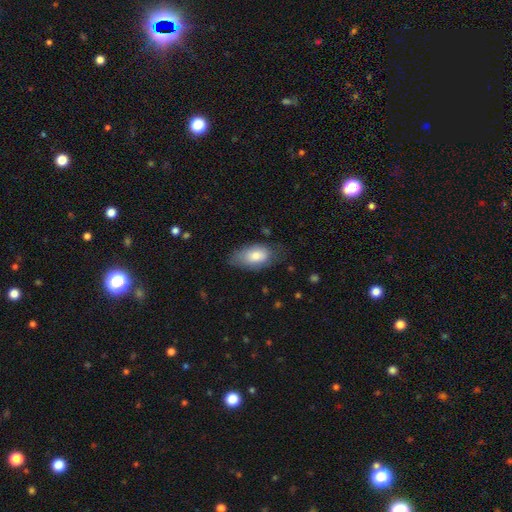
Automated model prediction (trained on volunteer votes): A smooth galaxy with no disk features (77%) that is in between round and cigar-shaped (93%). Merging: none (62%).